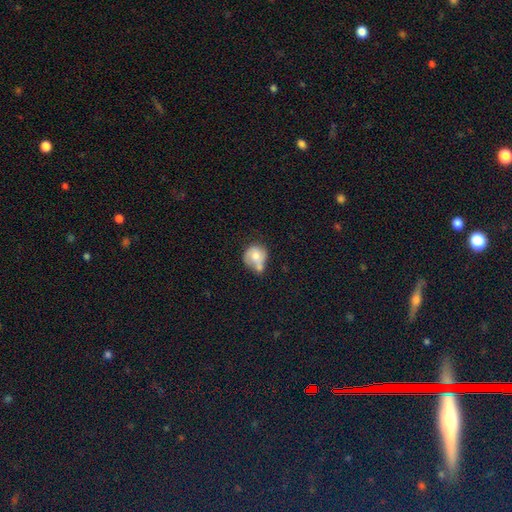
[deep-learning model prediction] This is likely a smooth galaxy (63%). How rounded: likely round (74%). Merging: marginally merger (39%).